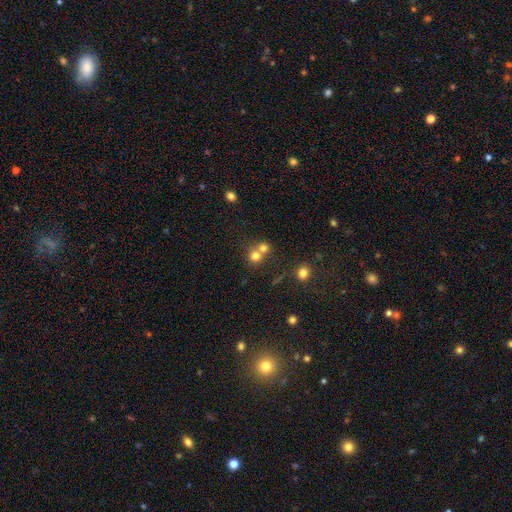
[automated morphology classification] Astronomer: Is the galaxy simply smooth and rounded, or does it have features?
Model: smooth — 74%.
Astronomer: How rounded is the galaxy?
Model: round — 87%.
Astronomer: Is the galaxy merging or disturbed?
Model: merger — 50% (runner-up: none, 43%).